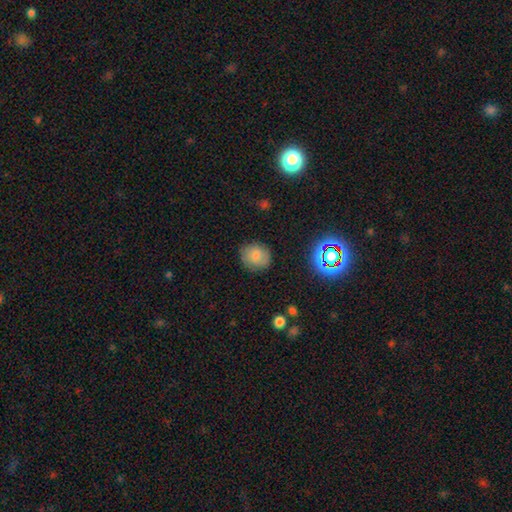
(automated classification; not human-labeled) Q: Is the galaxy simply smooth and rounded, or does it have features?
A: smooth — 78%.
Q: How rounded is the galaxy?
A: round — 82%.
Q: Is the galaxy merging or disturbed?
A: none — 83%.